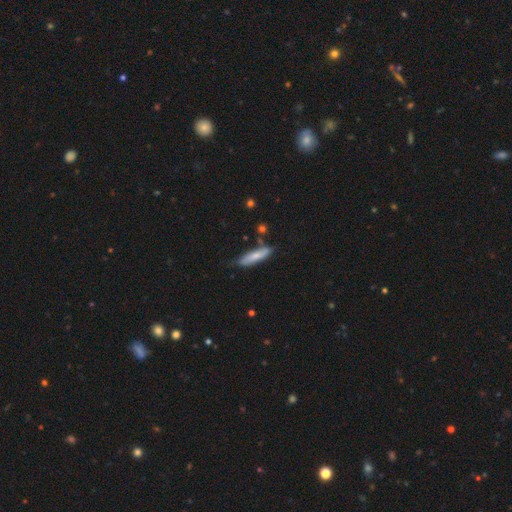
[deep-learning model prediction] smooth 71%, featured or disk 23%, star or artifact 6%. Down the decision tree: how rounded — cigar-shaped (75%); merging — none (70%).